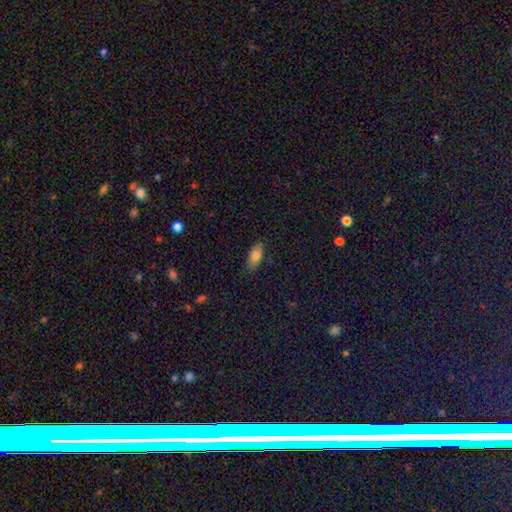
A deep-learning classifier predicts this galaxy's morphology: Smooth or featured?
  - smooth: 78% *
  - featured or disk: 14%
  - star or artifact: 8%
How rounded?
  - in between: 87% *
  - cigar-shaped: 11%
  - round: 3%
Merging?
  - none: 84% *
  - minor disturbance: 12%
  - major disturbance: 2%
  - merger: 1%